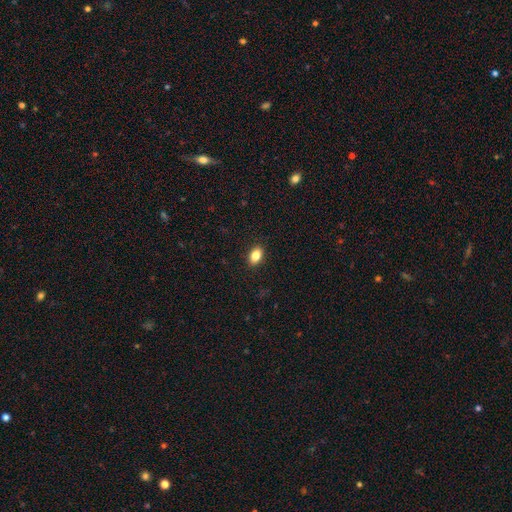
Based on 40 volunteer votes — smooth_or_featured: smooth (p=0.82) [alt: star or artifact p=0.10]
how_rounded: in between (p=0.94) [alt: round p=0.06]
merging: none (p=0.94) [alt: minor disturbance p=0.06]